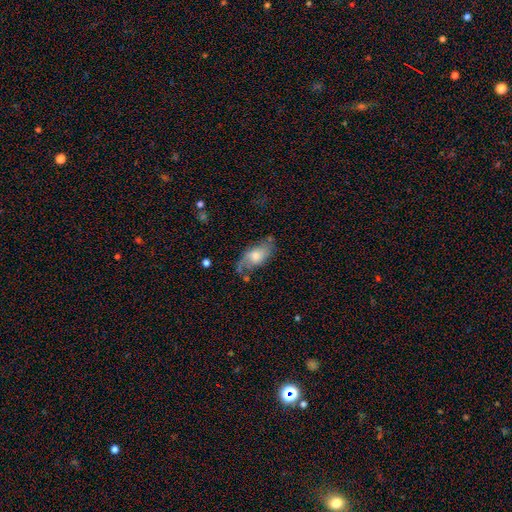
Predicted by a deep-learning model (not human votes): smooth_or_featured: smooth (p=0.51) [alt: featured or disk p=0.42]
how_rounded: in between (p=0.89) [alt: cigar-shaped p=0.06]
merging: none (p=0.51) [alt: minor disturbance p=0.28]